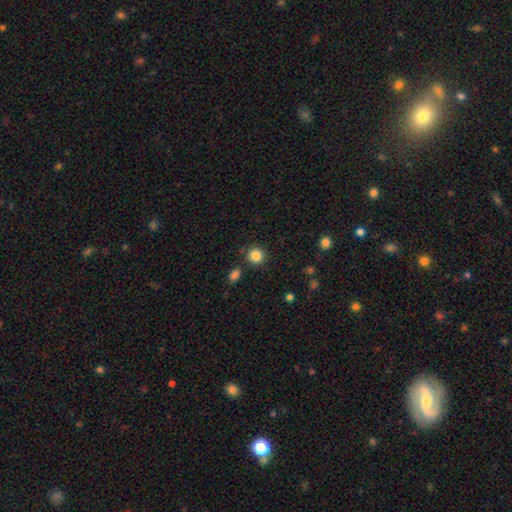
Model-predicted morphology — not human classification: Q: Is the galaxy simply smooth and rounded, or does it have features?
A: smooth — 85%.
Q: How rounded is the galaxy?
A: round — 92%.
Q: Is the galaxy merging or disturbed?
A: none — 86%.